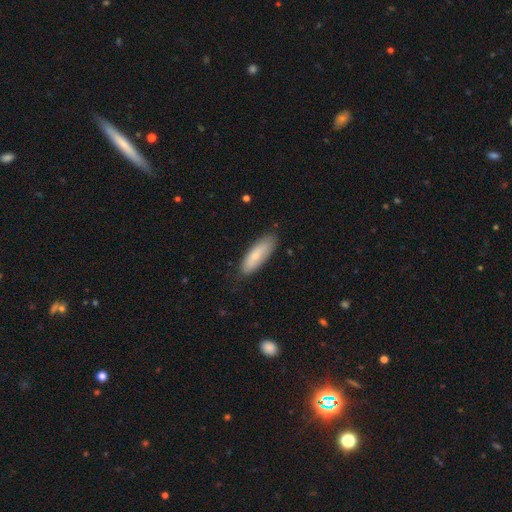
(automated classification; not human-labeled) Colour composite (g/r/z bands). It shows a smooth galaxy with no disk features (74%) that is in between round and cigar-shaped (58%). Merging: none (80%).